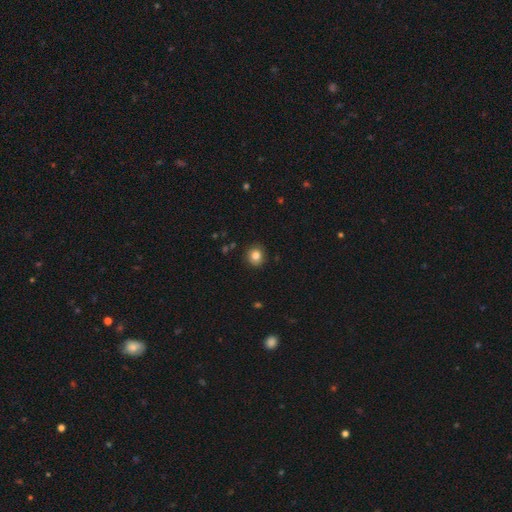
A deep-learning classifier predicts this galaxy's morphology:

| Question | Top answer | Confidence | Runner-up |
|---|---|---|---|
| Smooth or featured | smooth | 83% | star or artifact (11%) |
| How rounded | round | 87% | in between (12%) |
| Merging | none | 90% | minor disturbance (7%) |